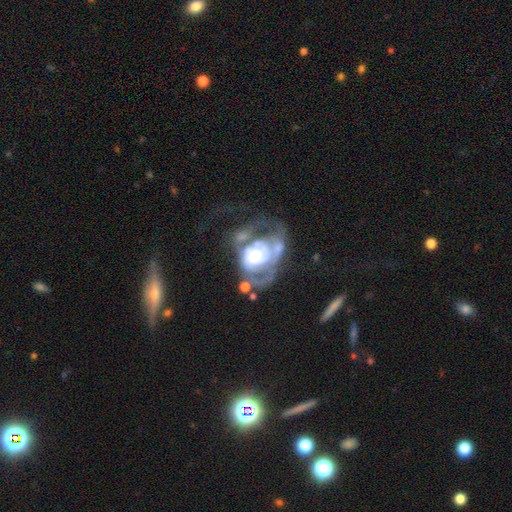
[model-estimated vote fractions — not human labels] A featured or disk galaxy (70%) with no bar (80%), no spiral arms (51%) and a moderate central bulge (35%). Merging: major disturbance (47%).